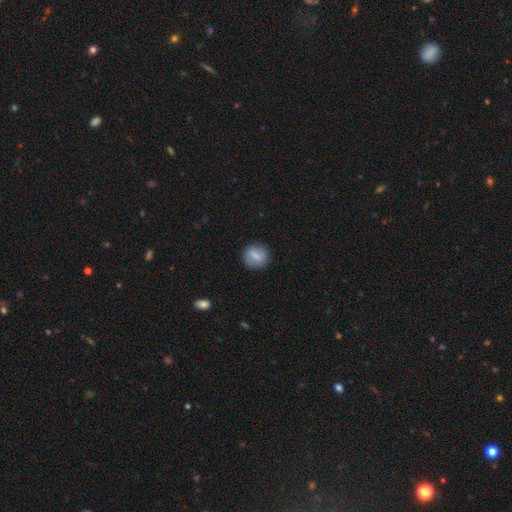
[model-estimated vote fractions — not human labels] smooth-or-featured: smooth: 72% | featured or disk: 21% | star or artifact: 8%
  how-rounded: round: 79% | in between: 19% | cigar-shaped: 2%
  merging: none: 85% | minor disturbance: 11% | major disturbance: 3% | merger: 1%